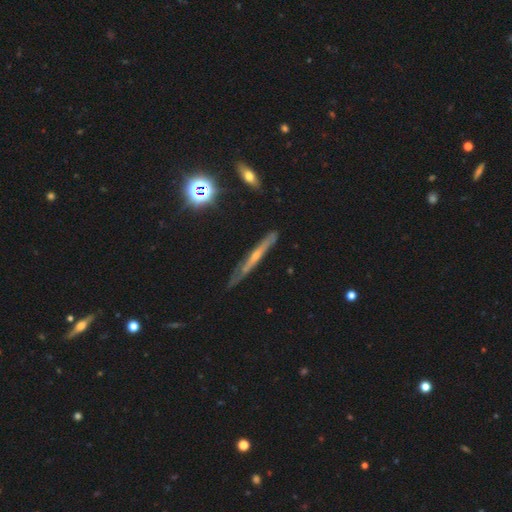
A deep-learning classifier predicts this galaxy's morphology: A featured or disk galaxy (66%) viewed edge-on (89%) with a rounded central bulge (47%, tied with none). Merging: none (76%).